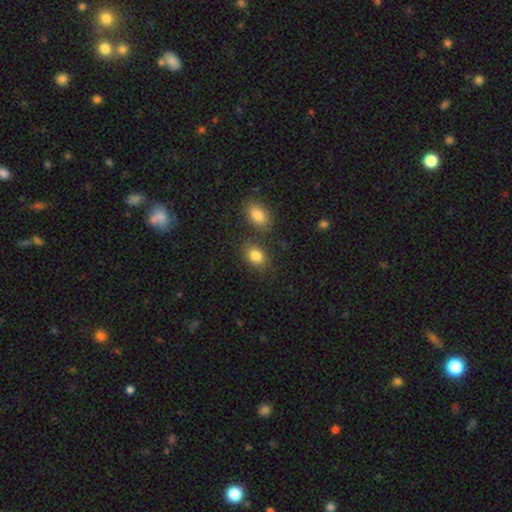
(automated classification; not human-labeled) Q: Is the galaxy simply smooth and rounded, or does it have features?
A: smooth — 84%.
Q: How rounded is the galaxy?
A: in between — 69%.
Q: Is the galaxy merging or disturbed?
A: none — 72%.